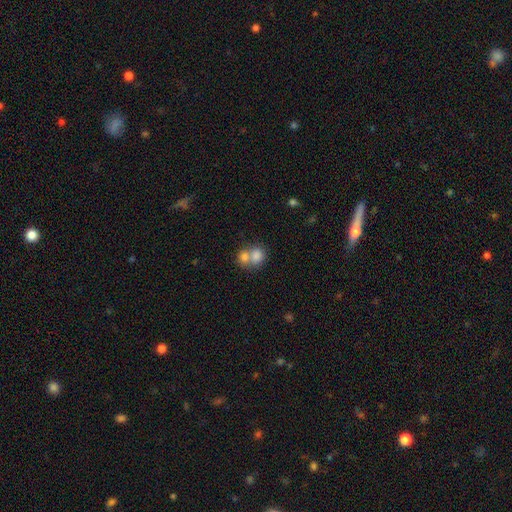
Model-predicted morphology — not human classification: Smooth or featured?
  - smooth: 79% *
  - featured or disk: 12%
  - star or artifact: 9%
How rounded?
  - round: 64% *
  - in between: 35%
  - cigar-shaped: 1%
Merging?
  - merger: 63% *
  - none: 27%
  - minor disturbance: 6%
  - major disturbance: 3%